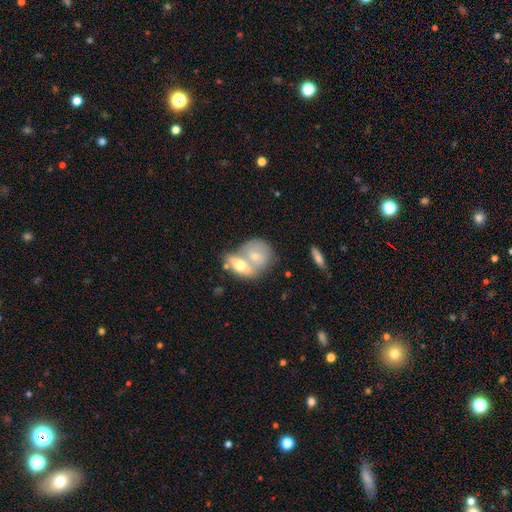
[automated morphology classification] Smooth or featured? Predicted: smooth (p=0.59). How rounded? Predicted: round (p=0.57). Merging? Predicted: merger (p=0.70).